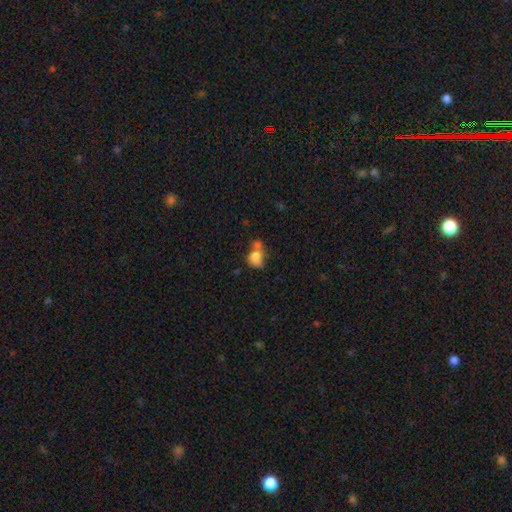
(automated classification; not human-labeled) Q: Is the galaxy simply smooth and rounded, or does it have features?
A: smooth — 70%.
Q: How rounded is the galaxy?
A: in between — 56%.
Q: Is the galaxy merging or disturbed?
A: merger — 53%.